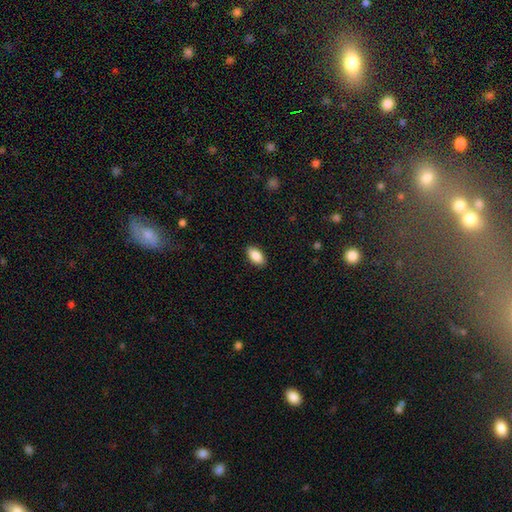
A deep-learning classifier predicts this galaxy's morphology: Smooth or featured: smooth — 88% (star or artifact — 7%)
How rounded: in between — 93% (round — 3%)
Merging: none — 89% (minor disturbance — 8%)